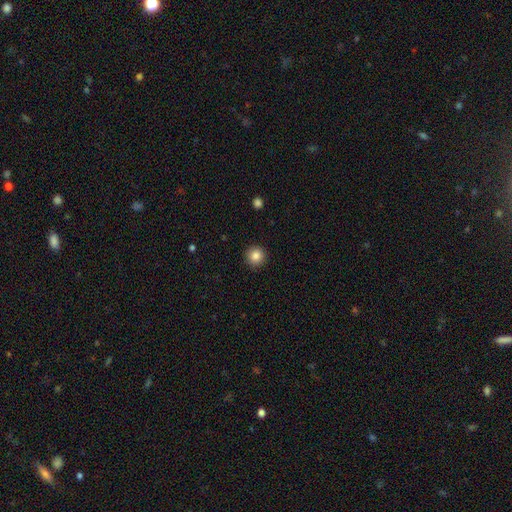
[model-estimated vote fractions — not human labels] Morphology: type=smooth (85%); roundness=round (95%); merging=none (92%).